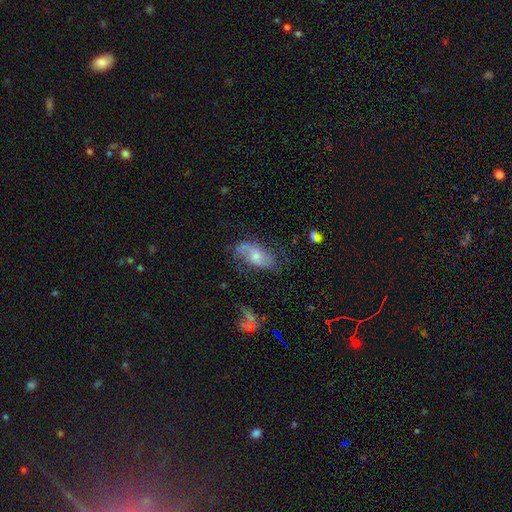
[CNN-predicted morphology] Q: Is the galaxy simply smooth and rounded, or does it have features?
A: featured or disk — 60%.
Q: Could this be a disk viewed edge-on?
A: no — 91%.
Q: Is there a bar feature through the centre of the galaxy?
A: no — 63%.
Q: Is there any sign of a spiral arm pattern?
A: yes — 82%.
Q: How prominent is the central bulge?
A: moderate — 50%.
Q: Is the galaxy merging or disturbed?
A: none — 57%.